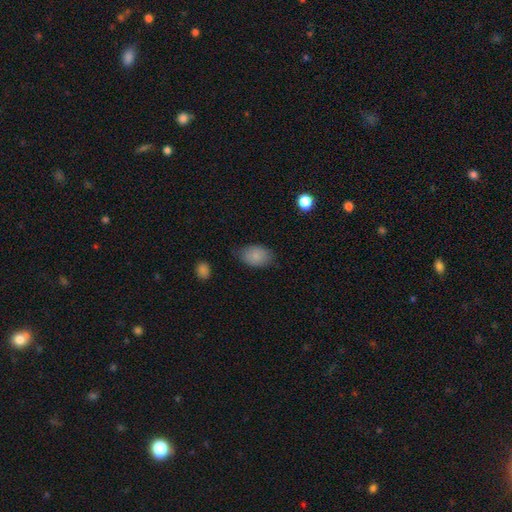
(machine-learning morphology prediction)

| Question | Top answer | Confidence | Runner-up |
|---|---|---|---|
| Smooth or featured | smooth | 85% | featured or disk (8%) |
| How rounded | in between | 86% | round (13%) |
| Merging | none | 75% | minor disturbance (19%) |